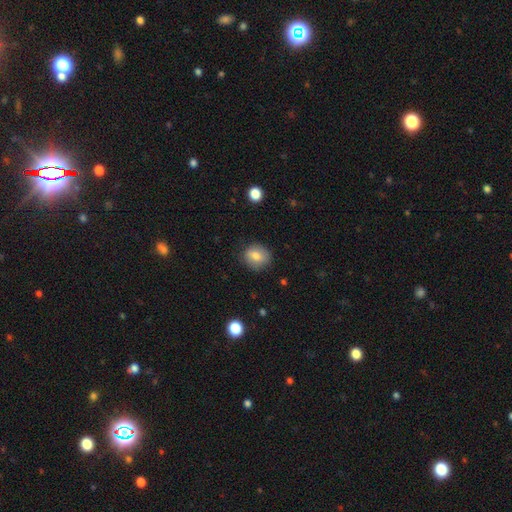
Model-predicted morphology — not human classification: smooth-or-featured: smooth: 77% | featured or disk: 14% | star or artifact: 9%
  how-rounded: round: 74% | in between: 25% | cigar-shaped: 1%
  merging: none: 83% | minor disturbance: 13% | major disturbance: 3% | merger: 1%